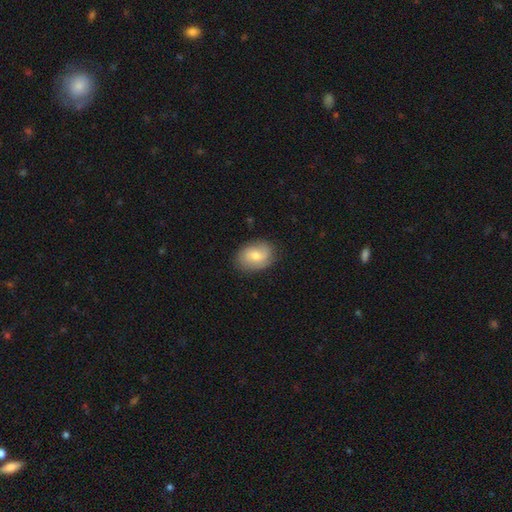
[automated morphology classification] smooth_or_featured: smooth (p=0.57) [alt: featured or disk p=0.36]
how_rounded: in between (p=0.72) [alt: round p=0.27]
merging: none (p=0.81) [alt: minor disturbance p=0.15]